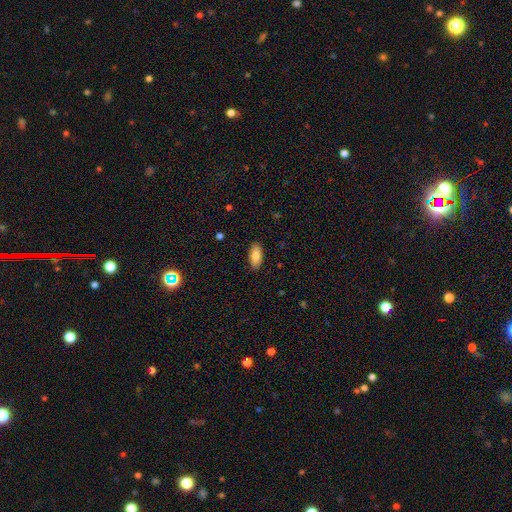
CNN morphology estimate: Smooth or featured? Predicted: smooth (p=0.85). How rounded? Predicted: in between (p=0.89). Merging? Predicted: none (p=0.89).